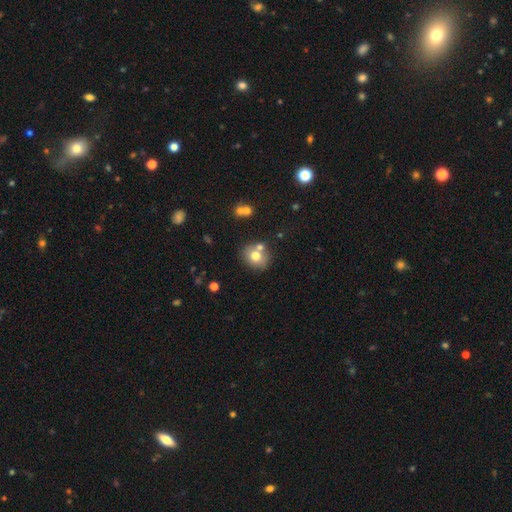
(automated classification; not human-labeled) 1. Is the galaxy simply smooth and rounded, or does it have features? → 71% smooth, 18% featured or disk, 11% star or artifact.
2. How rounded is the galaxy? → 75% round, 24% in between, 1% cigar-shaped.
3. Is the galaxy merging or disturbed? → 64% none, 22% merger, 11% minor disturbance, 3% major disturbance.